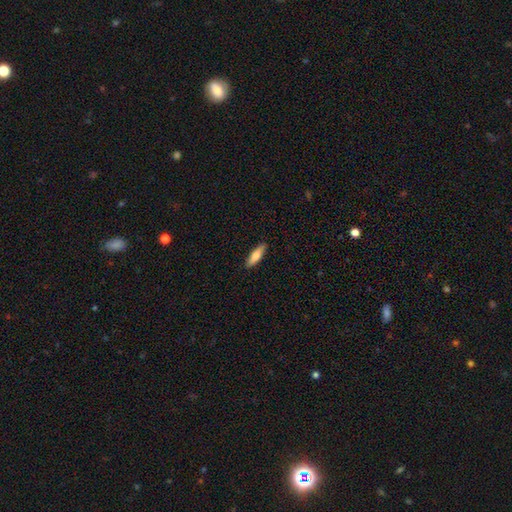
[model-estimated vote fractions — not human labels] Morphology: type=smooth (68%); roundness=cigar-shaped (63%); merging=none (90%).